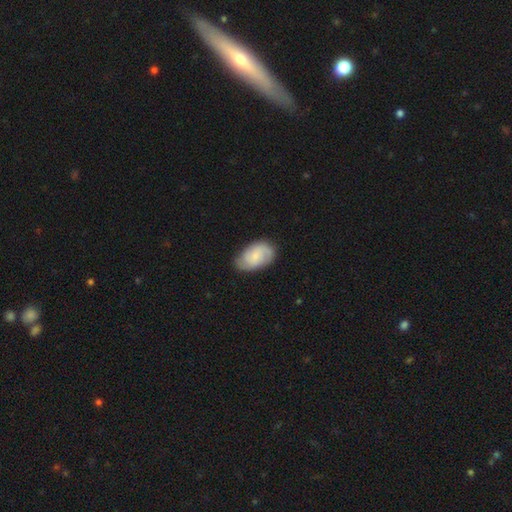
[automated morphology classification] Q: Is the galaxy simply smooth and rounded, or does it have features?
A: featured or disk — 54%.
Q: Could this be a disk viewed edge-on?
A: no — 97%.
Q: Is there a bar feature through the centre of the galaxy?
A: no — 61%.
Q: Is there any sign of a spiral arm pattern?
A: yes — 91%.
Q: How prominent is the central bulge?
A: small — 66%.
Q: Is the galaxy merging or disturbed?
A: none — 74%.